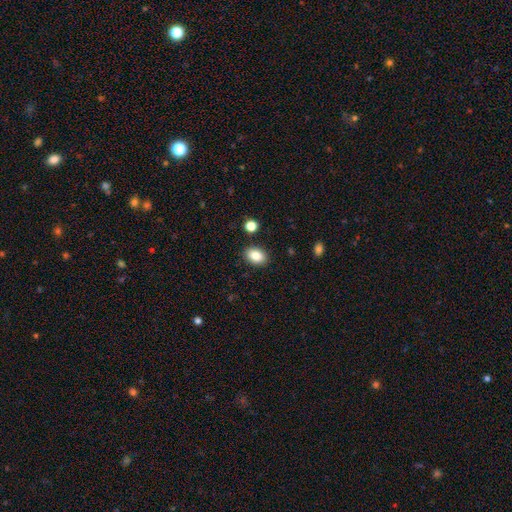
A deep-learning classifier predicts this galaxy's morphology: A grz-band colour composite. It shows a smooth galaxy with no disk features (86%) that is in between round and cigar-shaped (79%). Merging: none (87%).